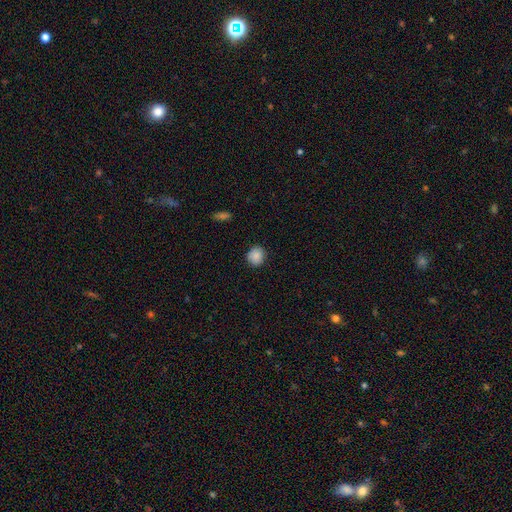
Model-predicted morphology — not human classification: smooth-or-featured: smooth: 87% | star or artifact: 8% | featured or disk: 4%
  how-rounded: round: 82% | in between: 17% | cigar-shaped: 1%
  merging: none: 85% | minor disturbance: 12% | major disturbance: 2% | merger: 1%